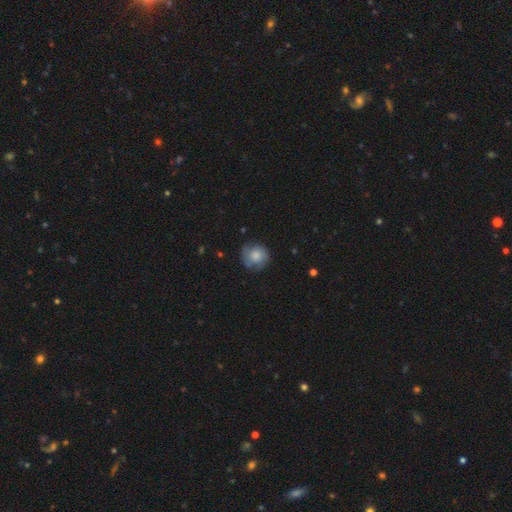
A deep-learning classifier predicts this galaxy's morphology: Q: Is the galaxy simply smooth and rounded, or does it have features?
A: smooth — 65%.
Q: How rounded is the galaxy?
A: round — 89%.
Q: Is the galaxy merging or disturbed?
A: none — 69%.